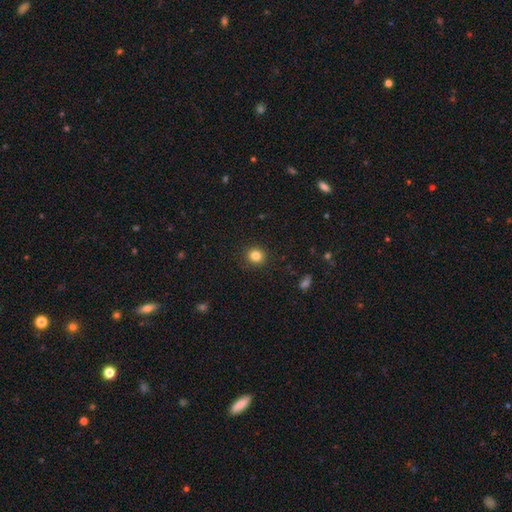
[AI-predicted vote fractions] Smooth or featured? smooth (83%)
How rounded? round (87%)
Merging? none (90%)